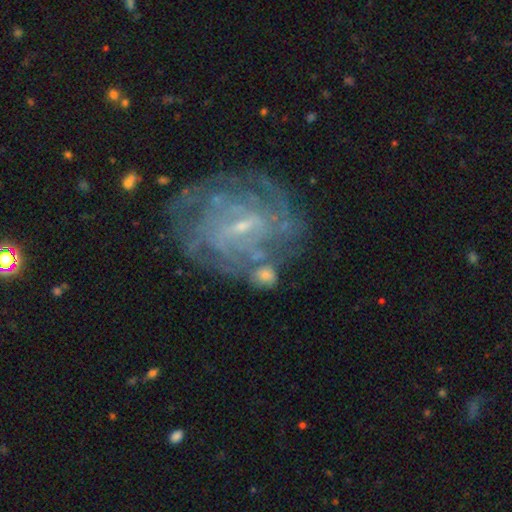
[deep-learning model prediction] A featured or disk galaxy (82%) with a weak bar (54%), tight (63%) spiral arms (84%) and a small central bulge (72%).

Vote fractions:
- Smooth or featured? featured or disk: 82% / smooth: 10% / star or artifact: 8%
- Edge-on disk? no: 97% / yes: 3%
- Bar? weak: 54% / no: 25% / strong: 21%
- Spiral arms? yes: 84% / no: 16%
- Spiral winding? tight: 63% / medium: 28% / loose: 9%
- Spiral arm count? can't tell: 47% / 4: 15% / 3: 13% / 2: 12% / more than 4: 7% / 1: 5%
- Bulge size? small: 72% / moderate: 20% / none: 5% / large: 2% / dominant: 1%
- Merging? none: 56% / minor disturbance: 19% / major disturbance: 15% / merger: 10%